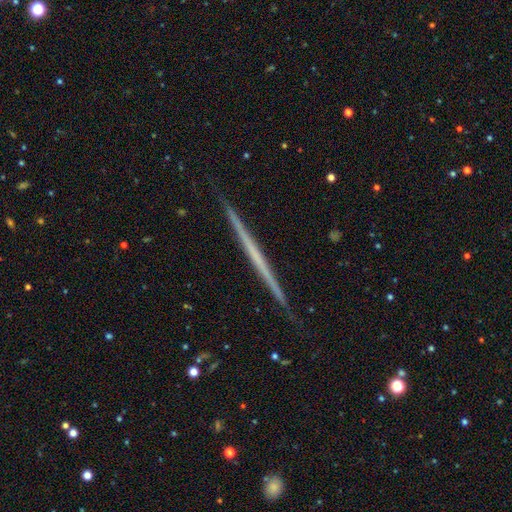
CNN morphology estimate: Smooth or featured?
  - featured or disk: 67% *
  - smooth: 27%
  - star or artifact: 6%
Edge-on disk?
  - yes: 98% *
  - no: 2%
Edge-on bulge?
  - none: 91% *
  - rounded: 6%
  - boxy: 3%
Merging?
  - none: 92% *
  - minor disturbance: 6%
  - major disturbance: 1%
  - merger: 1%